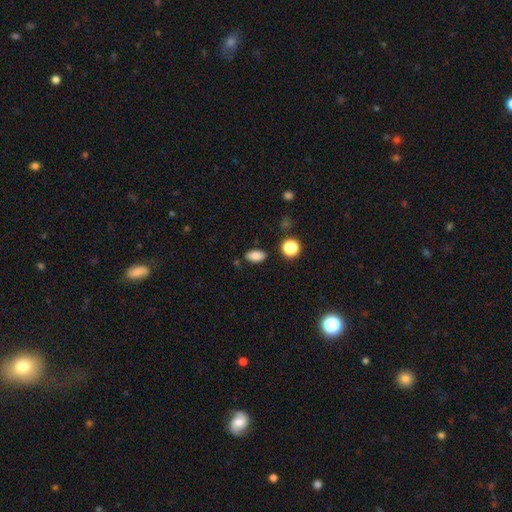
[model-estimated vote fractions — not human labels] Q: Smooth or featured?
A: smooth (85%); runner-up: star or artifact (10%)
Q: How rounded?
A: in between (89%); runner-up: round (8%)
Q: Merging?
A: none (83%); runner-up: minor disturbance (11%)